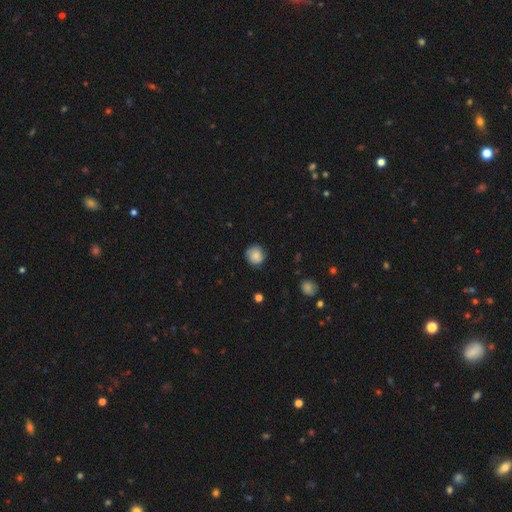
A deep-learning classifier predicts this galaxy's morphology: smooth_or_featured: smooth (p=0.80) [alt: featured or disk p=0.12]
how_rounded: round (p=0.86) [alt: in between p=0.13]
merging: none (p=0.78) [alt: minor disturbance p=0.17]